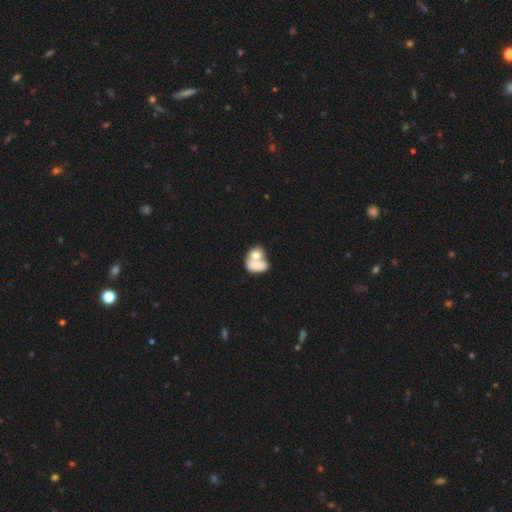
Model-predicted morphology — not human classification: smooth-or-featured: smooth: 57% | featured or disk: 30% | star or artifact: 13%
  how-rounded: in between: 56% | round: 41% | cigar-shaped: 3%
  merging: merger: 59% | none: 25% | minor disturbance: 9% | major disturbance: 7%